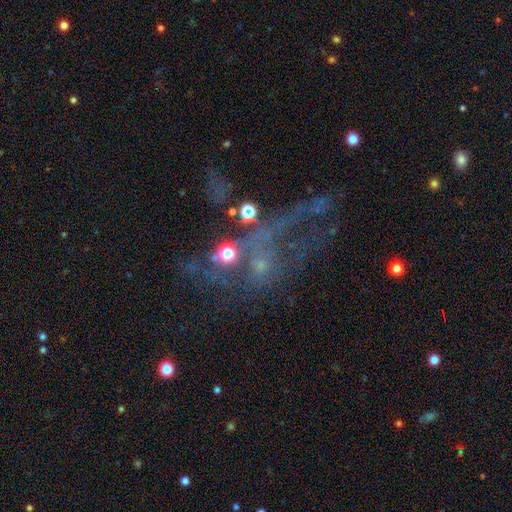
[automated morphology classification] The model was most divided on "smooth or featured": featured or disk: 43%, star or artifact: 38%, smooth: 18%. Remaining: merging — major disturbance (35%).